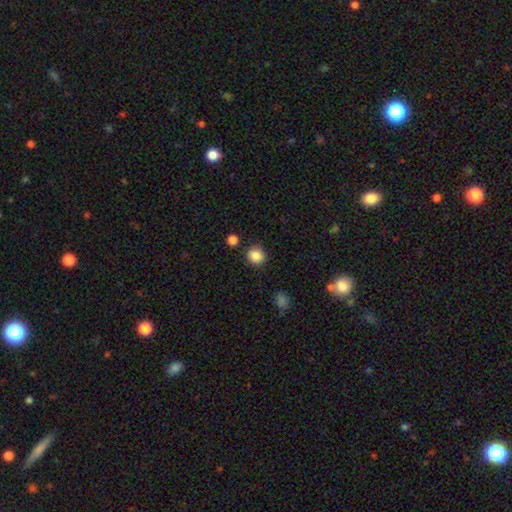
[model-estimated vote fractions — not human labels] This is clearly a smooth galaxy (86%). How rounded: clearly round (85%). Merging: clearly none (86%).